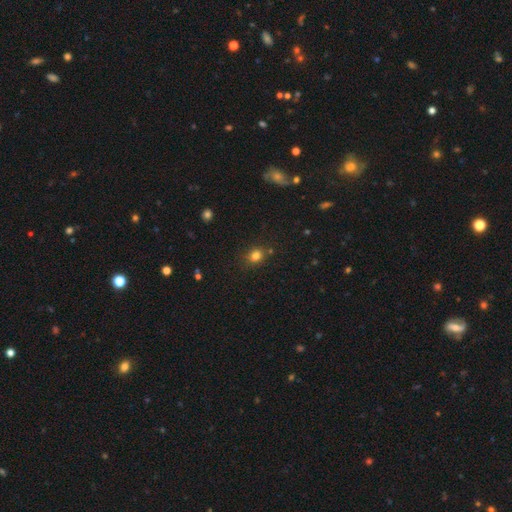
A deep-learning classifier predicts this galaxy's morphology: This is likely a smooth galaxy (79%). How rounded: likely round (65%). Merging: likely none (77%).